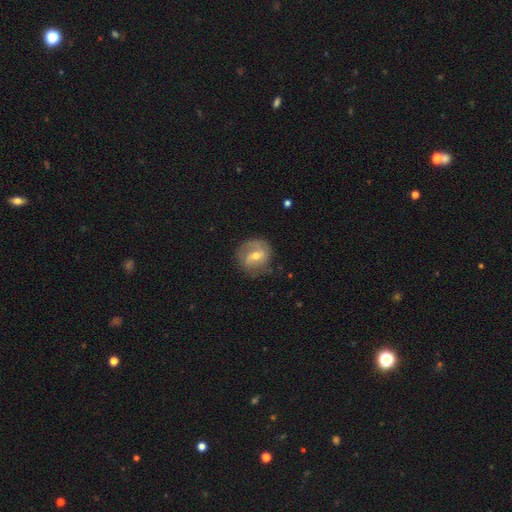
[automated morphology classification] Overall: featured or disk (68%). Edge-on disk: no (97%). Bar: weak (52%; no 24%). Spiral arms: yes (84%). Spiral arm count: 2 (72%). Spiral winding: medium (43%; tight 31%). Bulge size: moderate (57%; small 39%). Merging: none (74%).